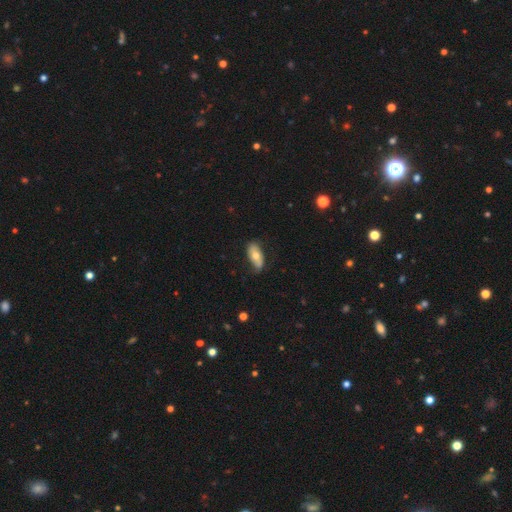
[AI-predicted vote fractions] smooth_or_featured: smooth (p=0.61) [alt: featured or disk p=0.32]
how_rounded: in between (p=0.88) [alt: cigar-shaped p=0.09]
merging: none (p=0.71) [alt: minor disturbance p=0.23]